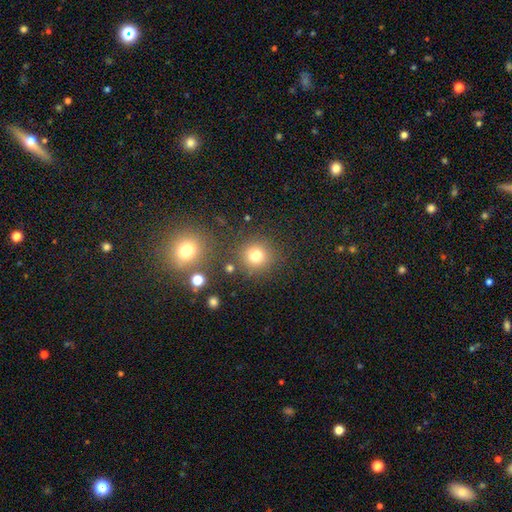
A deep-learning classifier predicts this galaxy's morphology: The model was most divided on "smooth or featured": smooth: 77%, star or artifact: 16%, featured or disk: 7%. More confident: how rounded — round (92%); merging — none (82%).